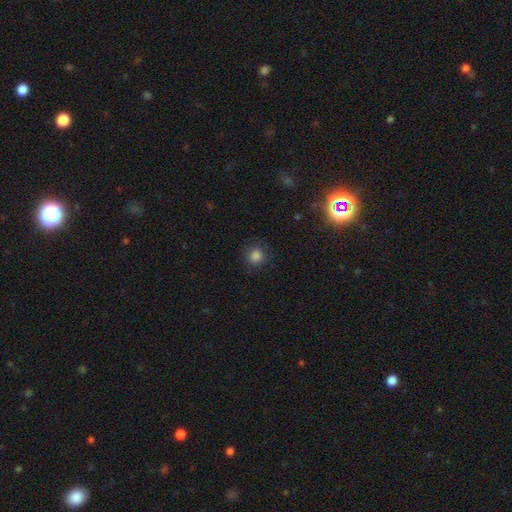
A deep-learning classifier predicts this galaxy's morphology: A smooth galaxy with no disk features (83%) that is round (90%).

Vote fractions:
- Smooth or featured? smooth: 83% / star or artifact: 12% / featured or disk: 5%
- How rounded? round: 90% / in between: 9% / cigar-shaped: 1%
- Merging? none: 83% / minor disturbance: 11% / major disturbance: 5% / merger: 1%